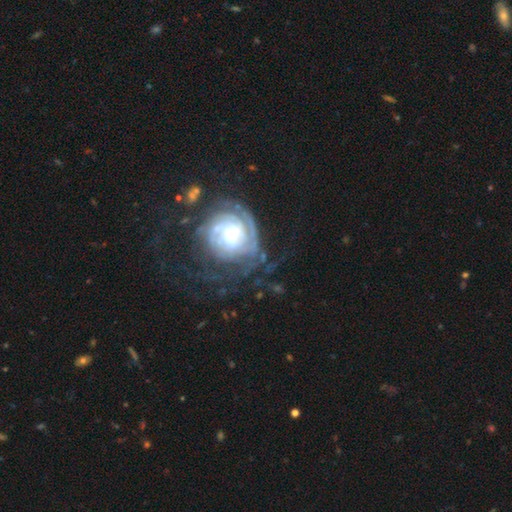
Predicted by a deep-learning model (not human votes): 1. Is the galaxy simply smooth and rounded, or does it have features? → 82% featured or disk, 10% smooth, 8% star or artifact.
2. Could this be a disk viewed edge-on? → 97% no, 3% yes.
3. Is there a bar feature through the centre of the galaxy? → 48% no, 39% weak, 13% strong.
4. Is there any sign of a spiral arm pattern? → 93% yes, 7% no.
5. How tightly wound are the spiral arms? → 72% tight, 21% medium, 6% loose.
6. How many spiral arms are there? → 43% can't tell, 22% 2, 14% 3, 8% 4, 7% 1, 6% more than 4.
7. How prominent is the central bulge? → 43% moderate, 41% small, 10% large, 4% none, 2% dominant.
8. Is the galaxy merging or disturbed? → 55% none, 23% major disturbance, 19% minor disturbance, 3% merger.